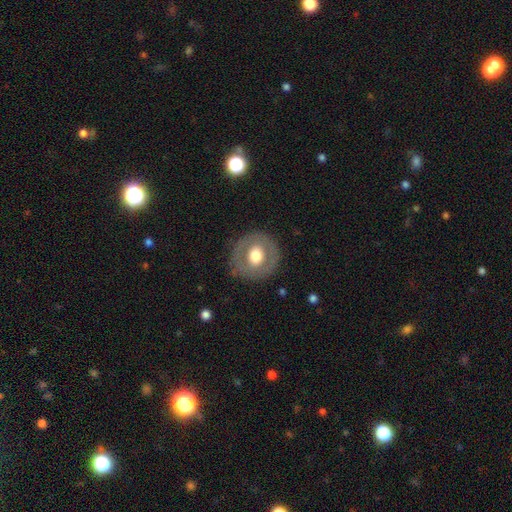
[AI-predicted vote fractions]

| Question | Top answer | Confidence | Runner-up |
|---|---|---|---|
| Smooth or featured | smooth | 53% | featured or disk (40%) |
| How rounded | round | 89% | in between (10%) |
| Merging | none | 84% | minor disturbance (10%) |